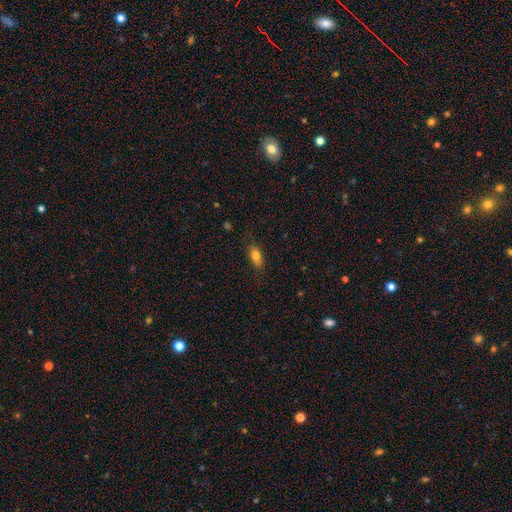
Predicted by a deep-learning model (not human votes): smooth 79%, featured or disk 12%, star or artifact 9%. Down the decision tree: how rounded — in between (83%); merging — none (82%).